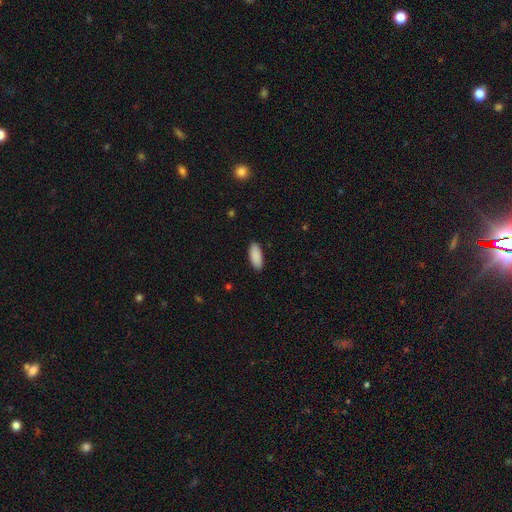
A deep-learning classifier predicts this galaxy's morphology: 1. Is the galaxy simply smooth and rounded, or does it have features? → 90% smooth, 6% star or artifact, 4% featured or disk.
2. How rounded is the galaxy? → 82% in between, 17% cigar-shaped, 2% round.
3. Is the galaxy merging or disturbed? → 89% none, 8% minor disturbance, 2% major disturbance, 1% merger.